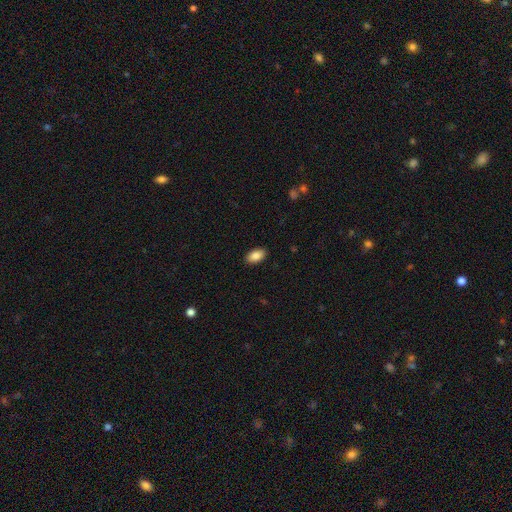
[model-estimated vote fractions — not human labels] smooth_or_featured: smooth (p=0.87) [alt: star or artifact p=0.07]
how_rounded: in between (p=0.94) [alt: round p=0.04]
merging: none (p=0.90) [alt: minor disturbance p=0.07]